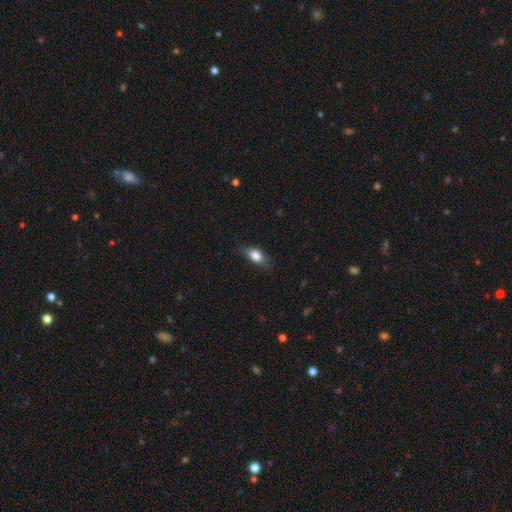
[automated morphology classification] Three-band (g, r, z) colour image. It shows a smooth galaxy with no disk features (81%) that is in between round and cigar-shaped (81%). Merging: none (73%).